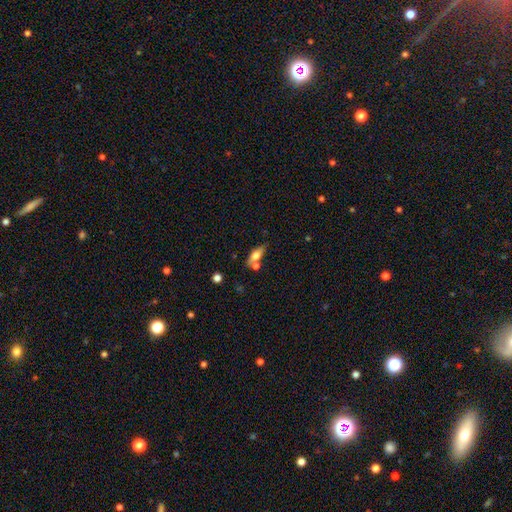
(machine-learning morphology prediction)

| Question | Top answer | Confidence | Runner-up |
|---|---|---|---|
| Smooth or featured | smooth | 59% | featured or disk (32%) |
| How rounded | in between | 68% | cigar-shaped (26%) |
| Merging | none | 54% | merger (25%) |